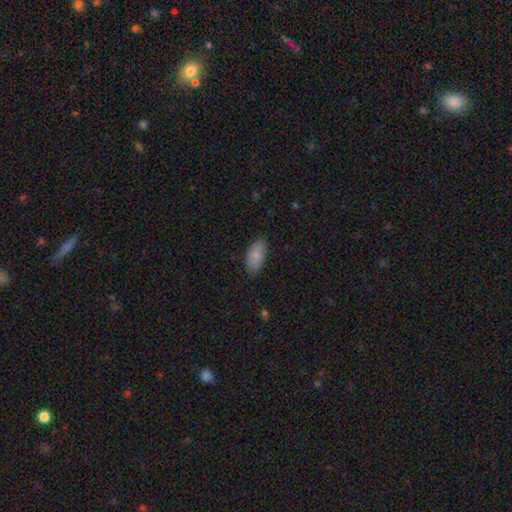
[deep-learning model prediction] The model was most divided on "merging": none: 84%, minor disturbance: 13%, major disturbance: 2%, merger: 1%. More confident: how rounded — in between (92%); smooth or featured — smooth (86%).